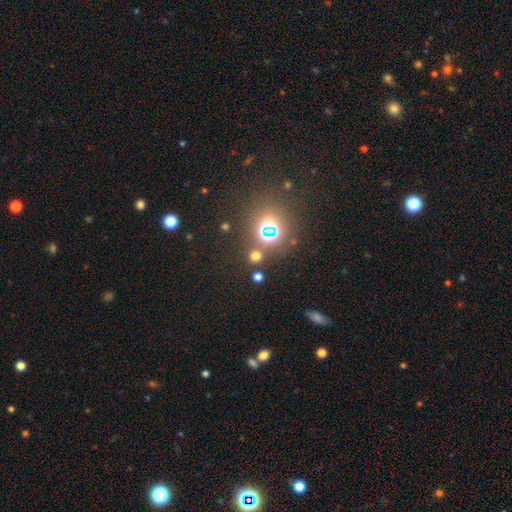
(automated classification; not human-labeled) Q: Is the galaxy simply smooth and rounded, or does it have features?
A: smooth — 58%.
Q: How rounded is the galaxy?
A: round — 90%.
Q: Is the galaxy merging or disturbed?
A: none — 81%.